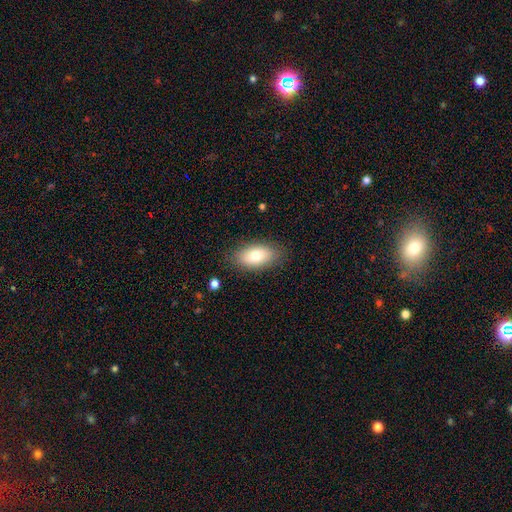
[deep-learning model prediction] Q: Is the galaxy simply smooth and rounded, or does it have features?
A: smooth — 78%.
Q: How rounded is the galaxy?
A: in between — 91%.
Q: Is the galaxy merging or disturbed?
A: none — 84%.